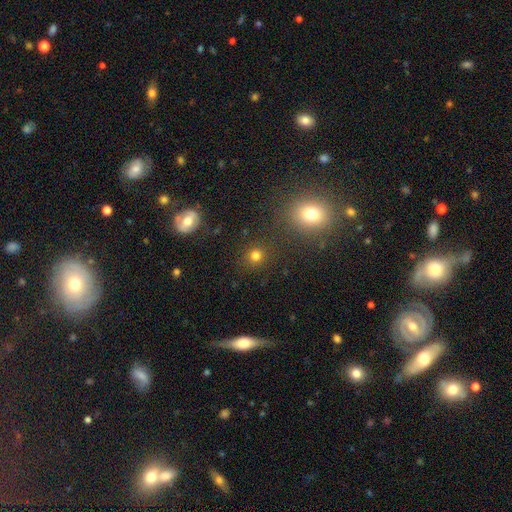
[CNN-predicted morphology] Smooth or featured?
  - smooth: 77% *
  - star or artifact: 17%
  - featured or disk: 6%
How rounded?
  - round: 88% *
  - in between: 11%
  - cigar-shaped: 1%
Merging?
  - none: 86% *
  - minor disturbance: 7%
  - merger: 4%
  - major disturbance: 3%